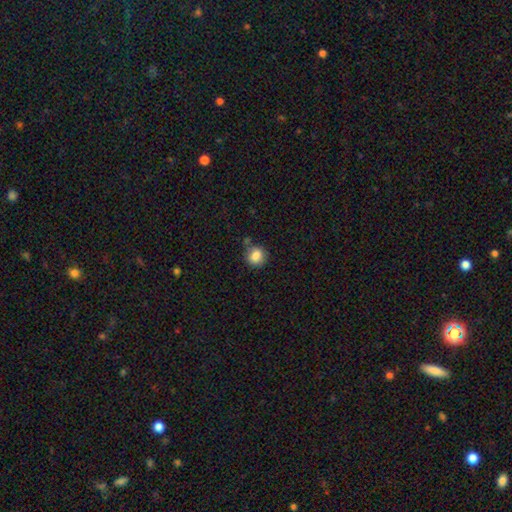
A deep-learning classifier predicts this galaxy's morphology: A smooth galaxy with no disk features (85%) that is round (84%).

Vote fractions:
- Smooth or featured? smooth: 85% / star or artifact: 10% / featured or disk: 5%
- How rounded? round: 84% / in between: 15% / cigar-shaped: 1%
- Merging? none: 73% / minor disturbance: 15% / merger: 8% / major disturbance: 4%